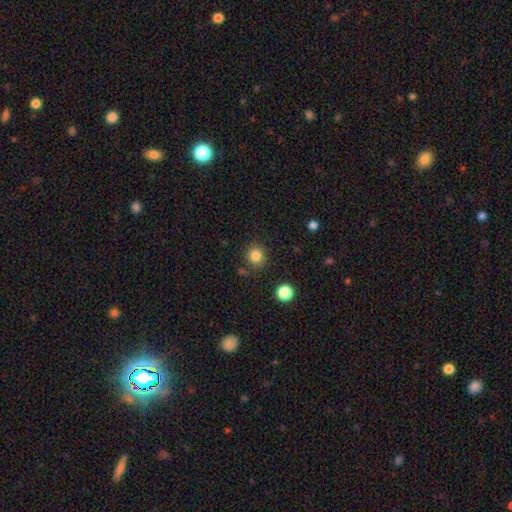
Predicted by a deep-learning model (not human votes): Smooth or featured? Predicted: smooth (p=0.83). How rounded? Predicted: round (p=0.92). Merging? Predicted: none (p=0.85).